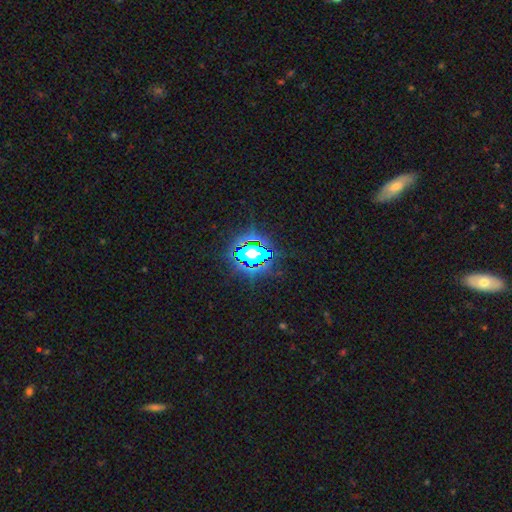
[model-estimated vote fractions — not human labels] A star or artifact, not a galaxy (77%).